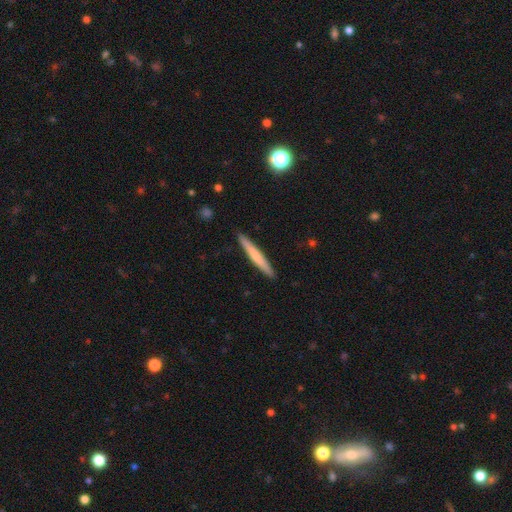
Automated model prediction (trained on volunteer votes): Smooth or featured?
  - smooth: 64% *
  - featured or disk: 31%
  - star or artifact: 5%
How rounded?
  - cigar-shaped: 96% *
  - in between: 2%
  - round: 1%
Merging?
  - none: 92% *
  - minor disturbance: 6%
  - major disturbance: 1%
  - merger: 1%